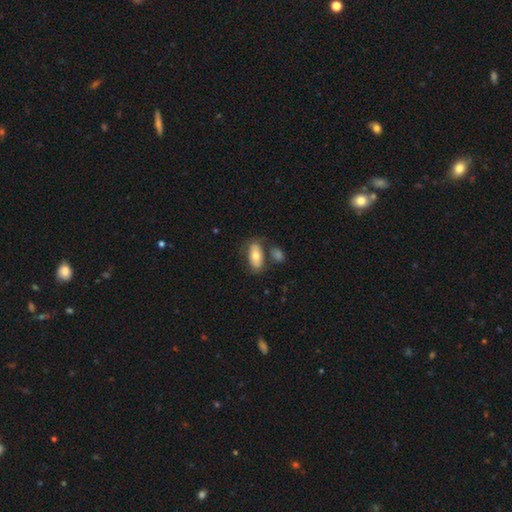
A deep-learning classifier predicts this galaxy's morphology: This is likely a smooth galaxy (69%). How rounded: clearly in between (90%). Merging: likely none (67%).